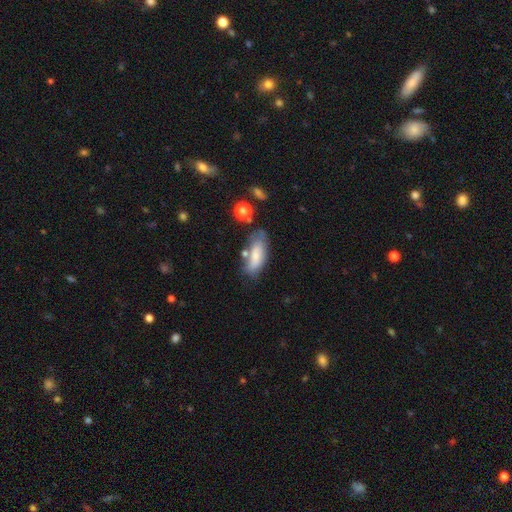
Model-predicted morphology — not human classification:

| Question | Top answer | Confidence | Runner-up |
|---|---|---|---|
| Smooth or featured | smooth | 71% | featured or disk (21%) |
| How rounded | in between | 78% | cigar-shaped (20%) |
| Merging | none | 51% | minor disturbance (26%) |